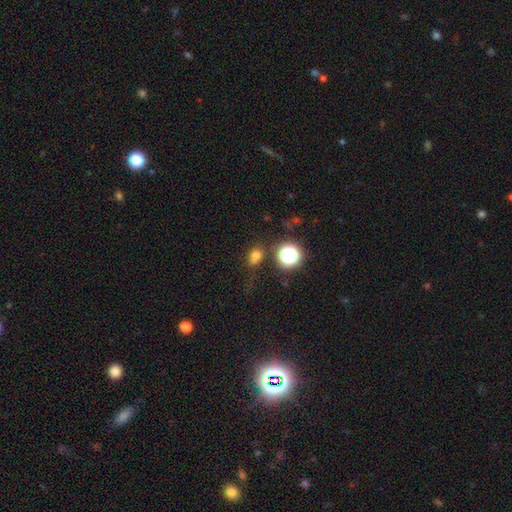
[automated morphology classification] Smooth or featured? smooth (69%)
How rounded? in between (49%)
Merging? none (59%)